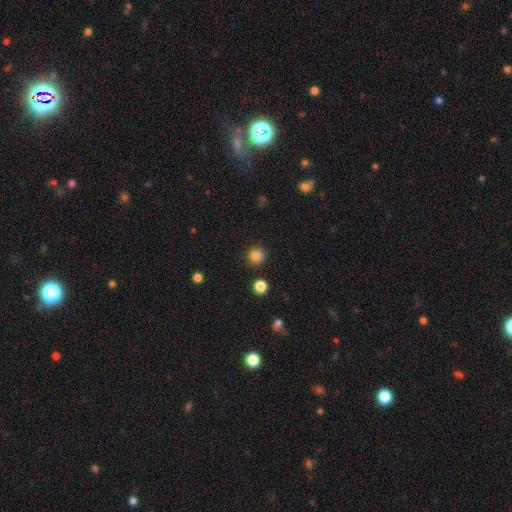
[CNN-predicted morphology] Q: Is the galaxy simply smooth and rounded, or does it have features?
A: smooth — 85%.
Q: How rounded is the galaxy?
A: round — 94%.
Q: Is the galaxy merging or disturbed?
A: none — 90%.